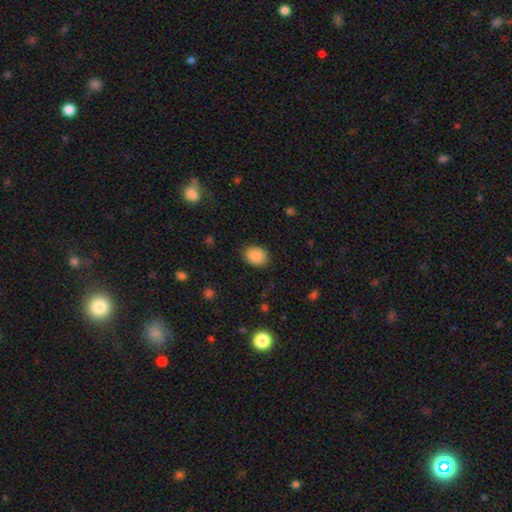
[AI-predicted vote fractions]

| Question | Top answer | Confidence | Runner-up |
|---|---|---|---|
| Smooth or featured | smooth | 89% | star or artifact (8%) |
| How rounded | in between | 50% | round (49%) |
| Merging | none | 85% | minor disturbance (11%) |